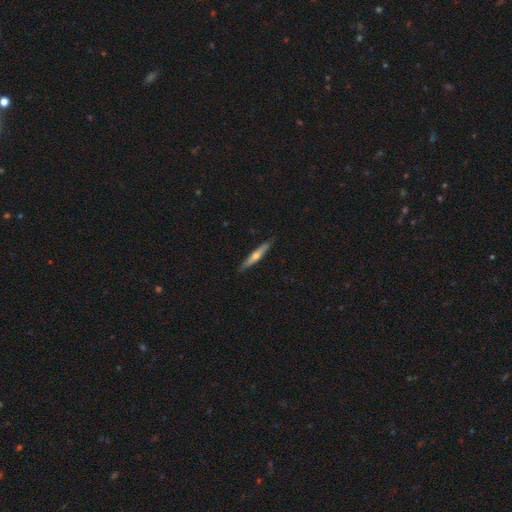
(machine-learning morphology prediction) type=featured or disk (53%); edge-on=yes (93%); merging=none (88%).